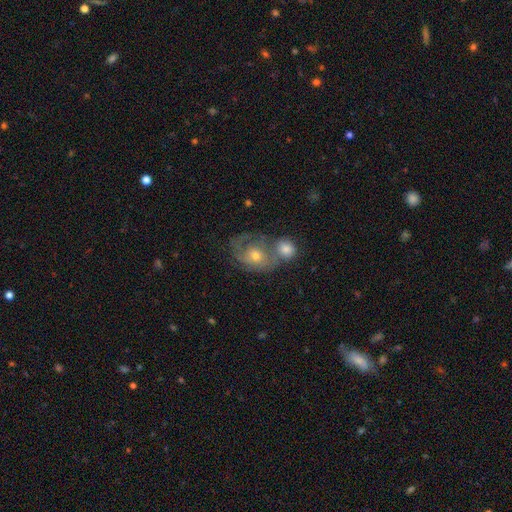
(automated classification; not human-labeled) Smooth or featured? Predicted: featured or disk (p=0.62). Edge-on disk? Predicted: no (p=0.97). Bar? Predicted: no (p=0.71). Spiral arms? Predicted: yes (p=0.80). Bulge size? Predicted: moderate (p=0.62). Merging? Predicted: merger (p=0.46).